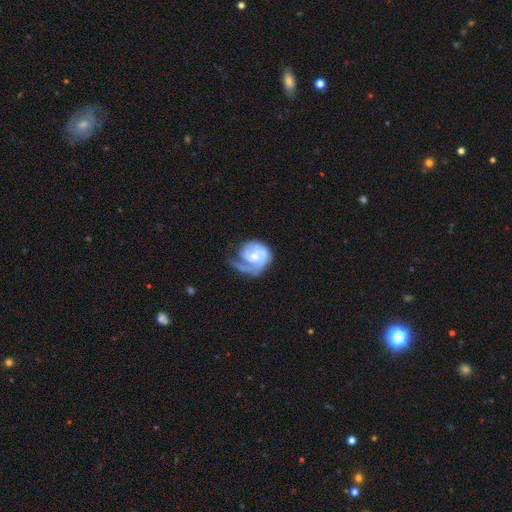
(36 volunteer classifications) smooth_or_featured: featured or disk (p=0.78) [alt: smooth p=0.19]
disk_edge_on: no (p=1.00)
bar: no (p=0.71) [alt: weak p=0.21]
has_spiral_arms: yes (p=0.93) [alt: no p=0.07]
spiral_winding: tight (p=0.50) [alt: medium p=0.46]
spiral_arm_count: 1 (p=0.65) [alt: 2 p=0.19]
bulge_size: small (p=0.32) [tied with: none p=0.32]
merging: none (p=0.54) [alt: major disturbance p=0.26]